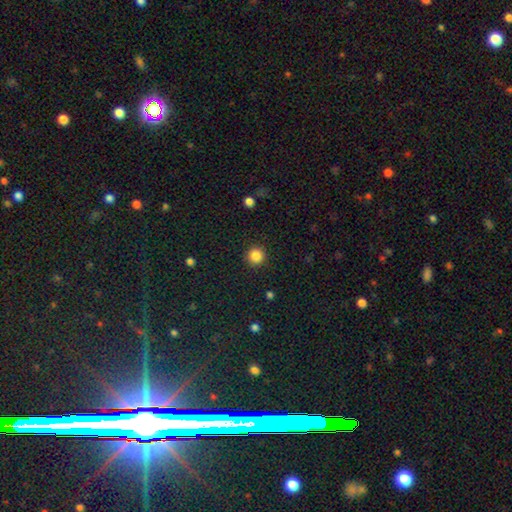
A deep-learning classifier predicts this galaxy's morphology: A smooth galaxy with no disk features (86%) that is round (95%). Merging: none (93%).